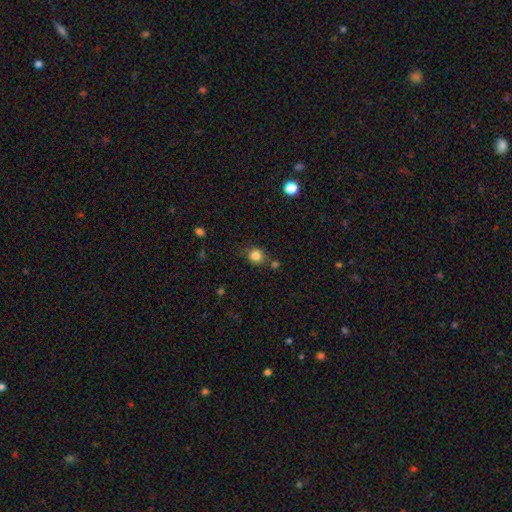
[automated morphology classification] smooth-or-featured: smooth: 84% | star or artifact: 11% | featured or disk: 5%
  how-rounded: round: 82% | in between: 17% | cigar-shaped: 1%
  merging: none: 74% | minor disturbance: 13% | merger: 9% | major disturbance: 4%